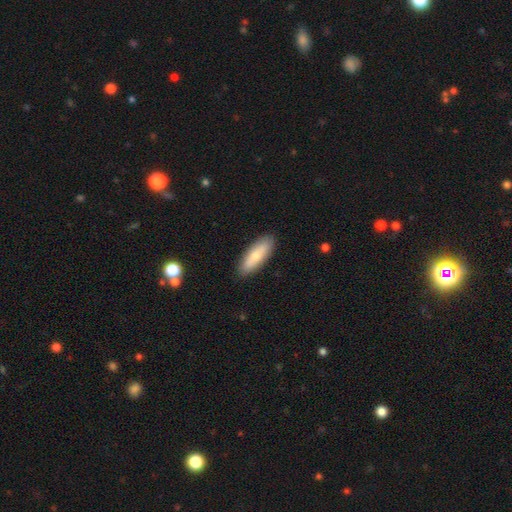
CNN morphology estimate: type=smooth (75%); roundness=in between (57%); merging=none (88%).